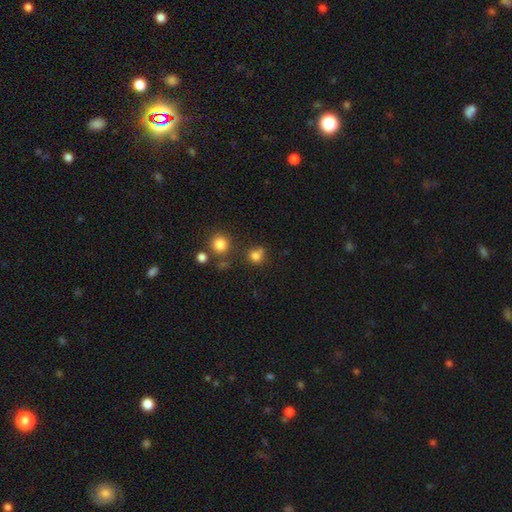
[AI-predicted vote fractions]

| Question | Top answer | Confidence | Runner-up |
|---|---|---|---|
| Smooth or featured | smooth | 77% | star or artifact (16%) |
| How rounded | round | 80% | in between (19%) |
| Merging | none | 58% | merger (19%) |